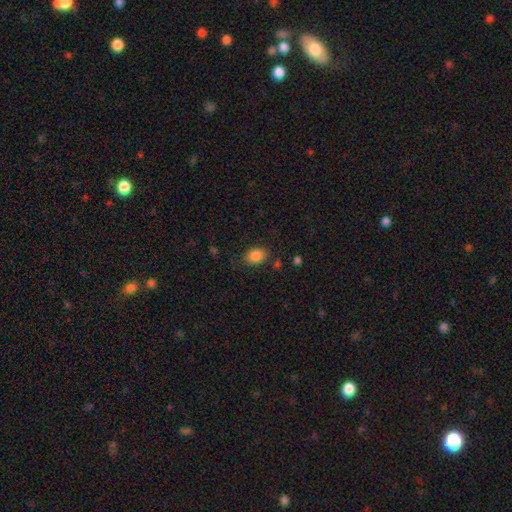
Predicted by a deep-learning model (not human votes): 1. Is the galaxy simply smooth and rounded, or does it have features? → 87% smooth, 9% star or artifact, 4% featured or disk.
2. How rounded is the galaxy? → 76% in between, 23% round, 1% cigar-shaped.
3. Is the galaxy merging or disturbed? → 78% none, 15% minor disturbance, 5% major disturbance, 2% merger.